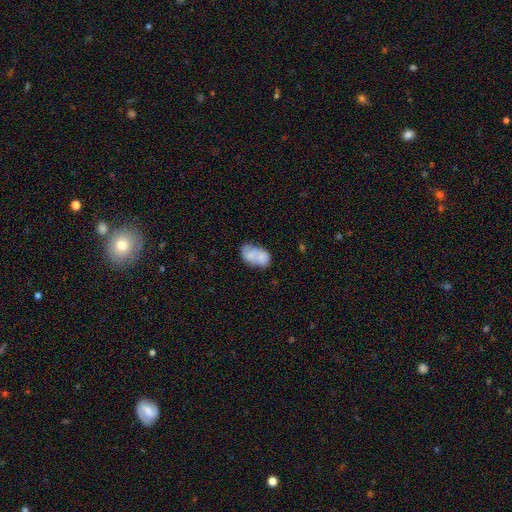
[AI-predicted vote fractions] A smooth galaxy with no disk features (62%) that is in between round and cigar-shaped (87%). Merging: merger (36%).